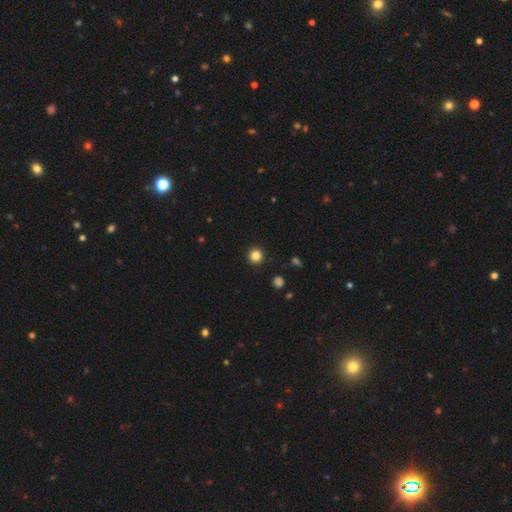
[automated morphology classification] Q: Smooth or featured?
A: smooth (84%); runner-up: star or artifact (12%)
Q: How rounded?
A: round (95%); runner-up: in between (4%)
Q: Merging?
A: none (93%); runner-up: minor disturbance (4%)